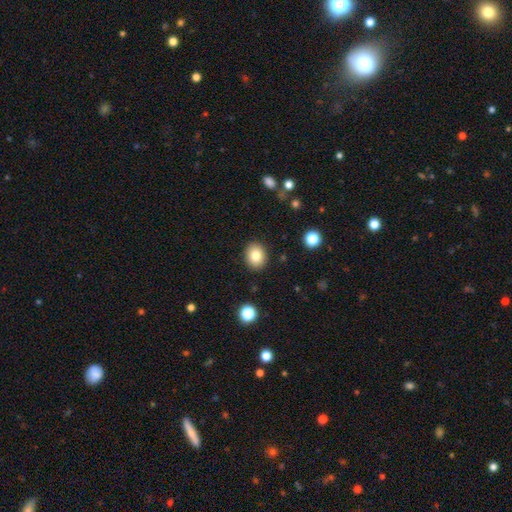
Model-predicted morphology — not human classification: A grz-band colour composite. It shows a smooth galaxy with no disk features (81%) that is round (58%). Merging: none (89%).